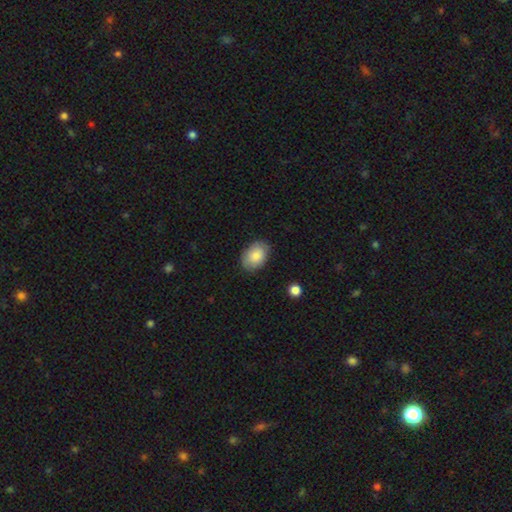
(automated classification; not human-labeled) Smooth or featured: smooth — 84% (featured or disk — 10%)
How rounded: in between — 82% (round — 17%)
Merging: none — 82% (minor disturbance — 14%)